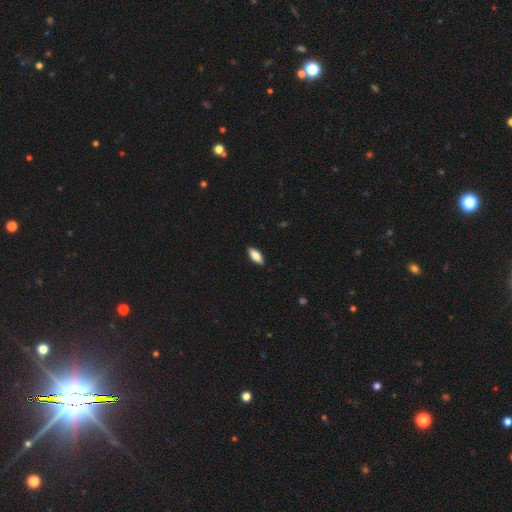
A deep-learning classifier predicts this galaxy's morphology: type=smooth (80%); roundness=in between (79%); merging=none (89%).